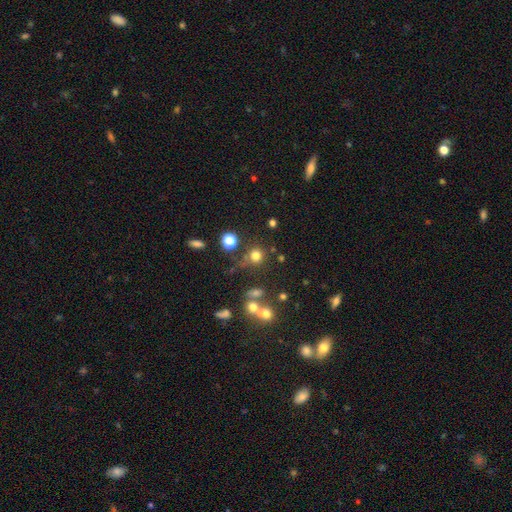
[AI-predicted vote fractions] Smooth or featured: smooth — 72% (star or artifact — 19%)
How rounded: round — 89% (in between — 10%)
Merging: none — 69% (minor disturbance — 13%)